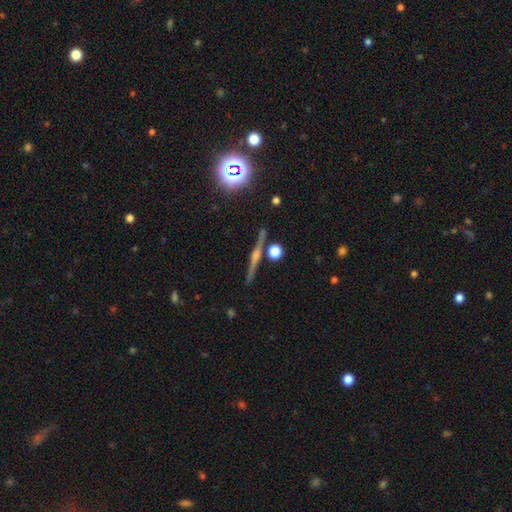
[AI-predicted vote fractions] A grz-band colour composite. It shows a featured or disk galaxy (73%) viewed edge-on (97%) with a rounded central bulge (83%). Merging: none (89%).